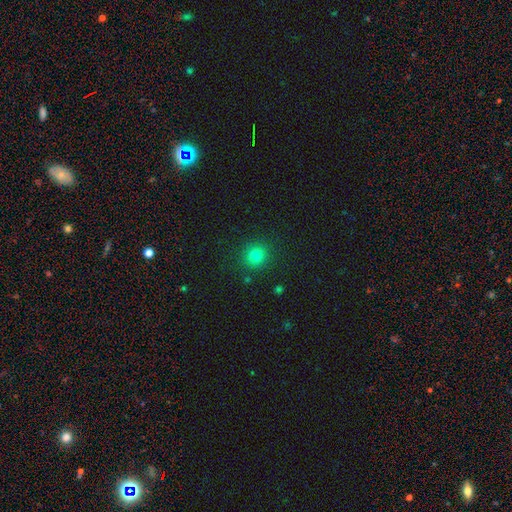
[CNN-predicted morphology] This is likely a smooth galaxy (79%). How rounded: clearly round (92%). Merging: clearly none (90%).